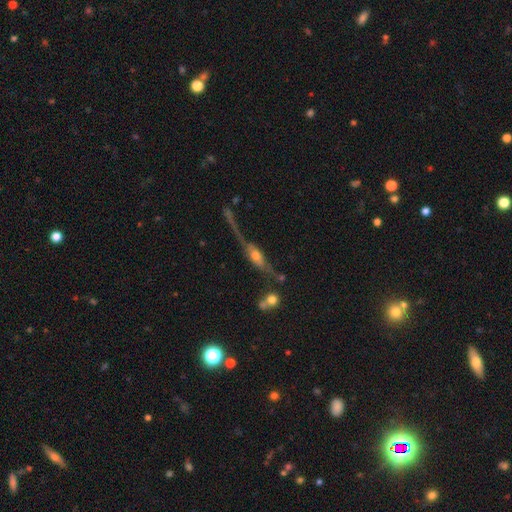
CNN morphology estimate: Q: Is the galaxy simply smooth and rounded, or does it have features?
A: featured or disk — 57%.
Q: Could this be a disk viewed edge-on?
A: yes — 66%.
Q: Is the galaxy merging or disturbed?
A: none — 35%.